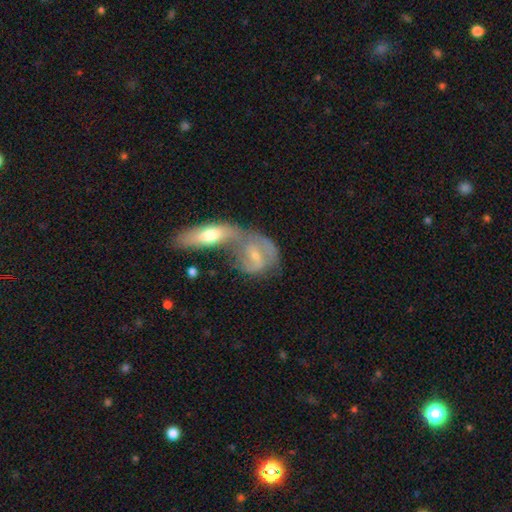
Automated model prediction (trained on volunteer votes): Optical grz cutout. It shows a featured or disk galaxy (59%) with no bar (46%), spiral arms (63%) and a small central bulge (53%). Merging: merger (68%).